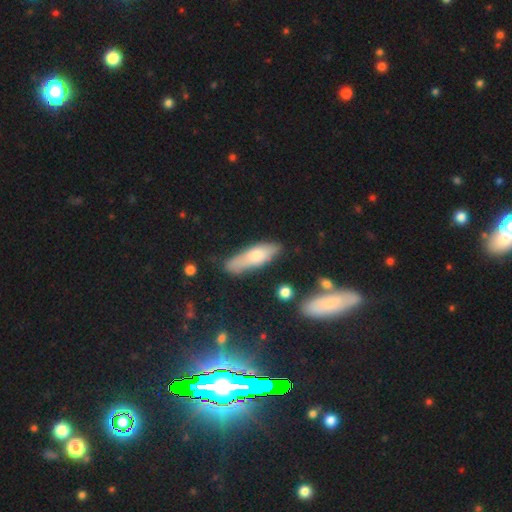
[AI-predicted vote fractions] Smooth or featured?
  - smooth: 64% *
  - featured or disk: 30%
  - star or artifact: 7%
How rounded?
  - cigar-shaped: 59% *
  - in between: 39%
  - round: 2%
Merging?
  - none: 72% *
  - minor disturbance: 20%
  - major disturbance: 5%
  - merger: 4%